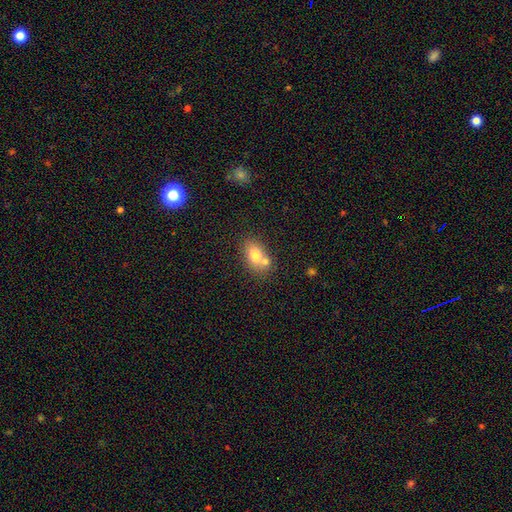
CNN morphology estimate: A smooth galaxy with no disk features (74%) that is in between round and cigar-shaped (76%). Merging: none (46%).